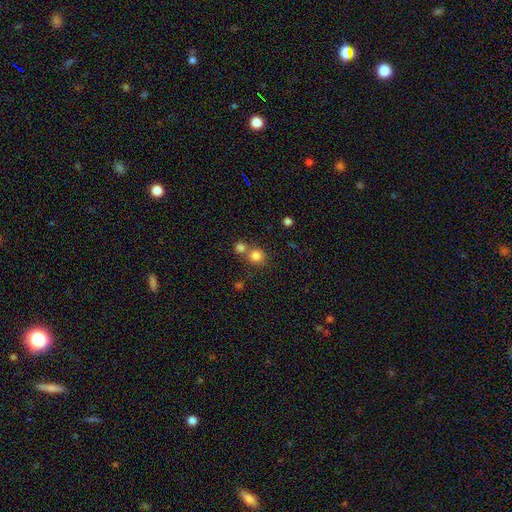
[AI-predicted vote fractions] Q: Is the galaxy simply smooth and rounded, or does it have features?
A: smooth — 80%.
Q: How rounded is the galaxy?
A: round — 87%.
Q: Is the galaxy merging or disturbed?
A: none — 55%.